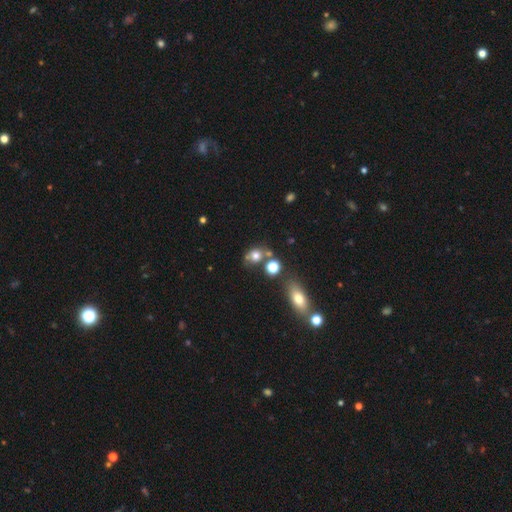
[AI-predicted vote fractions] smooth-or-featured: smooth: 71% | star or artifact: 16% | featured or disk: 13%
  how-rounded: round: 64% | in between: 34% | cigar-shaped: 2%
  merging: none: 51% | merger: 27% | minor disturbance: 14% | major disturbance: 7%